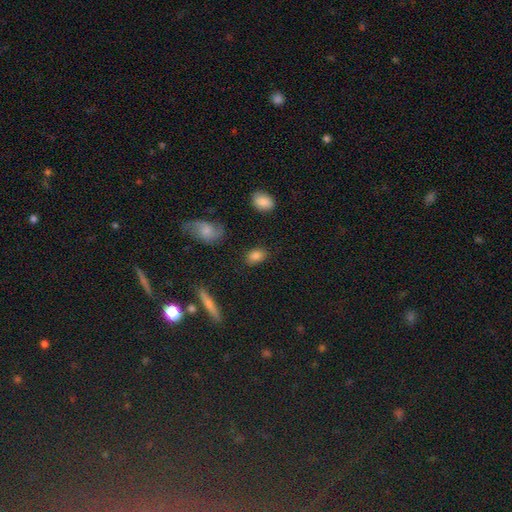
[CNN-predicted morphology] Smooth or featured? smooth (84%)
How rounded? in between (84%)
Merging? none (82%)